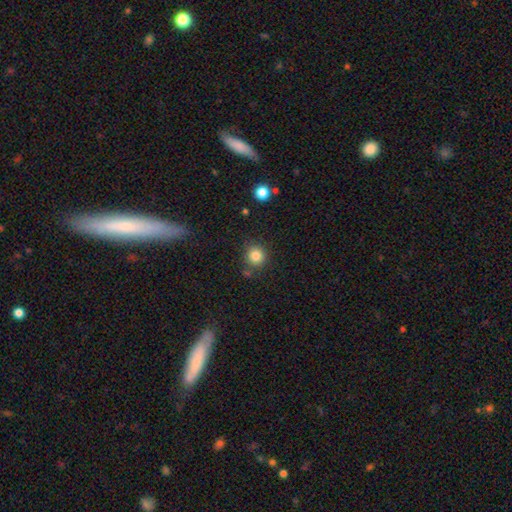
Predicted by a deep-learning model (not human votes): smooth-or-featured: smooth: 84% | star or artifact: 11% | featured or disk: 5%
  how-rounded: round: 91% | in between: 9% | cigar-shaped: 1%
  merging: none: 79% | minor disturbance: 11% | merger: 6% | major disturbance: 4%